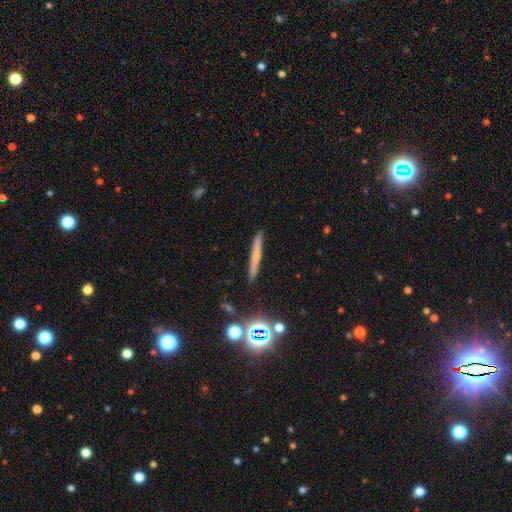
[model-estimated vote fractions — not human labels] Q: Smooth or featured?
A: smooth (47%); runner-up: featured or disk (40%)
Q: Merging?
A: none (90%); runner-up: minor disturbance (7%)